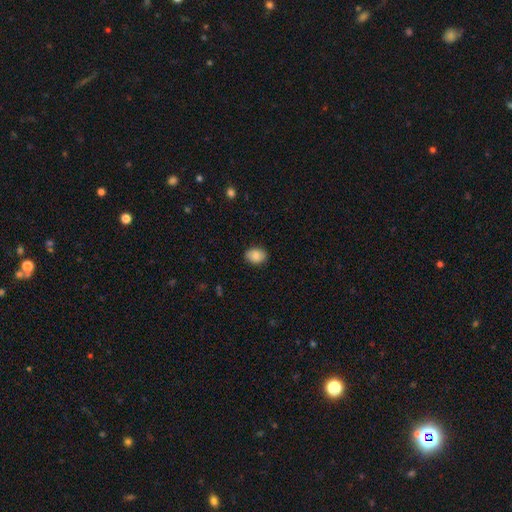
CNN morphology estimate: This is clearly a smooth galaxy (85%). How rounded: likely in between (69%). Merging: clearly none (88%).